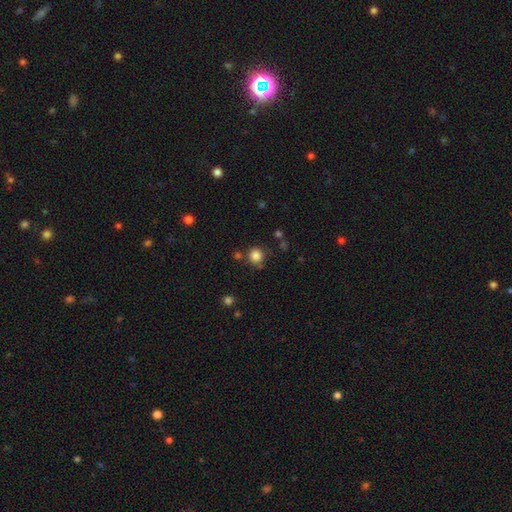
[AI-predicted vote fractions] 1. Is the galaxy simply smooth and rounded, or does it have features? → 83% smooth, 12% star or artifact, 5% featured or disk.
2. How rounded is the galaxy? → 91% round, 8% in between, 1% cigar-shaped.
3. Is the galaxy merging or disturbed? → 78% none, 11% minor disturbance, 6% merger, 4% major disturbance.